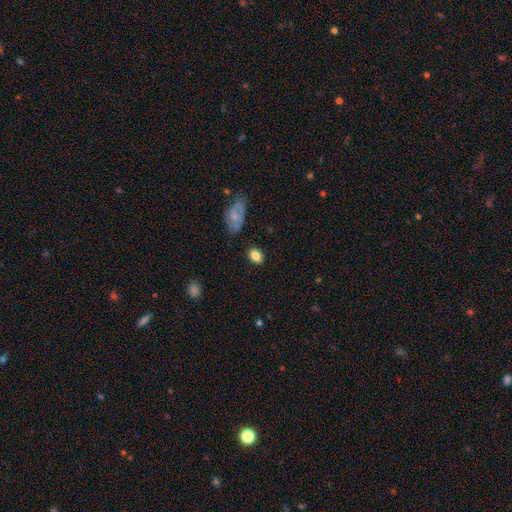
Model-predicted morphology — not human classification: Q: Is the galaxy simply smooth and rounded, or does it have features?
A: smooth — 84%.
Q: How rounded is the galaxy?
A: in between — 77%.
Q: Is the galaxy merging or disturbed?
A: none — 83%.